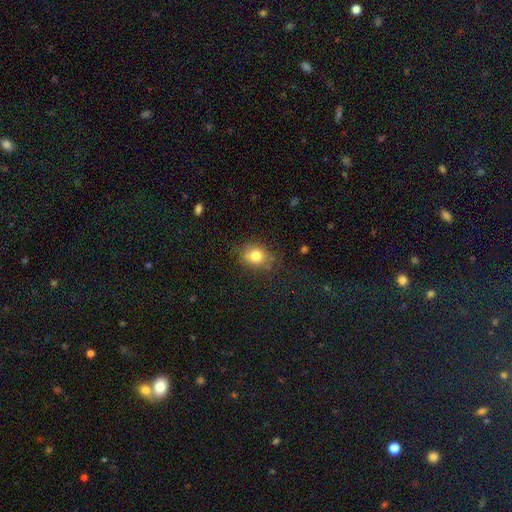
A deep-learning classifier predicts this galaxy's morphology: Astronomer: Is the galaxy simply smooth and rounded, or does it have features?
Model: smooth — 79%.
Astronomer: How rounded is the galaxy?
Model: round — 57% (runner-up: in between, 42%).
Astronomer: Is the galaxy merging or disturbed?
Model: none — 74%.